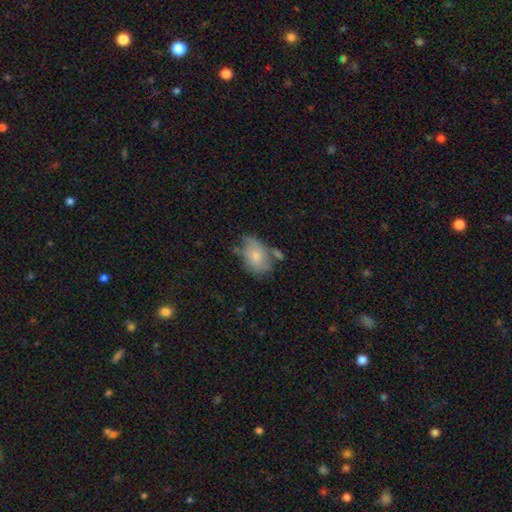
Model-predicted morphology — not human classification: Smooth or featured: smooth — 67% (featured or disk — 25%)
How rounded: in between — 82% (round — 17%)
Merging: none — 39% (minor disturbance — 31%)